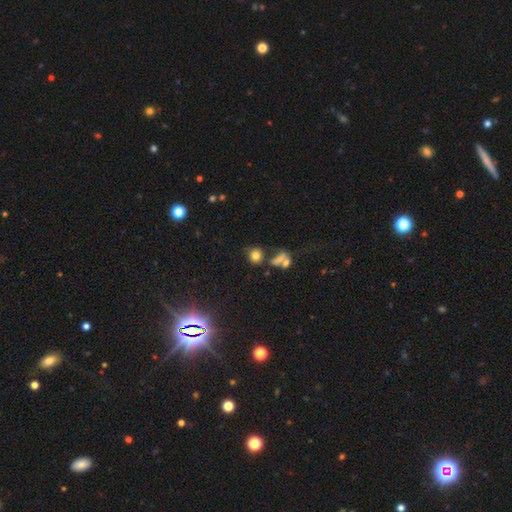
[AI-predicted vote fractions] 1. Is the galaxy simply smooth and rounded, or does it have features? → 76% smooth, 15% star or artifact, 9% featured or disk.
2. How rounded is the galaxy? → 81% round, 18% in between, 1% cigar-shaped.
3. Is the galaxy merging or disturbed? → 63% none, 17% merger, 14% minor disturbance, 6% major disturbance.